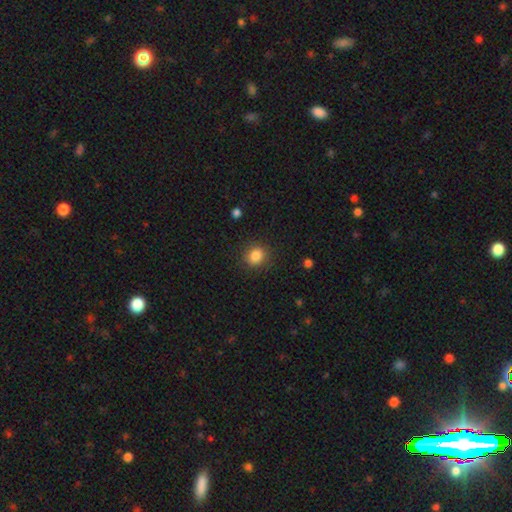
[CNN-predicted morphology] Smooth or featured?
  - smooth: 85% *
  - star or artifact: 10%
  - featured or disk: 5%
How rounded?
  - round: 76% *
  - in between: 23%
  - cigar-shaped: 1%
Merging?
  - none: 87% *
  - minor disturbance: 9%
  - major disturbance: 3%
  - merger: 1%